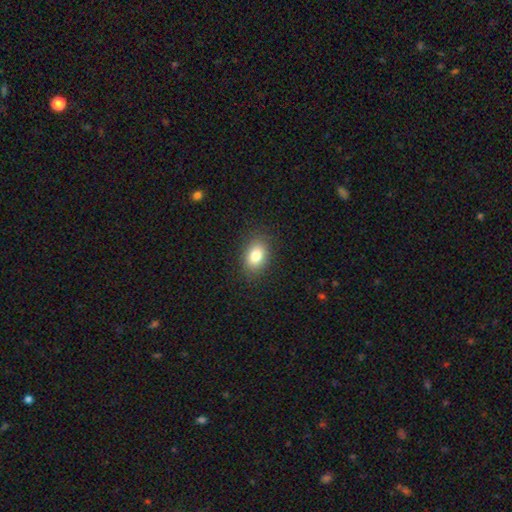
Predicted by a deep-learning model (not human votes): Smooth or featured?
  - smooth: 82% *
  - star or artifact: 9%
  - featured or disk: 8%
How rounded?
  - in between: 78% *
  - round: 20%
  - cigar-shaped: 1%
Merging?
  - none: 87% *
  - minor disturbance: 9%
  - major disturbance: 3%
  - merger: 1%